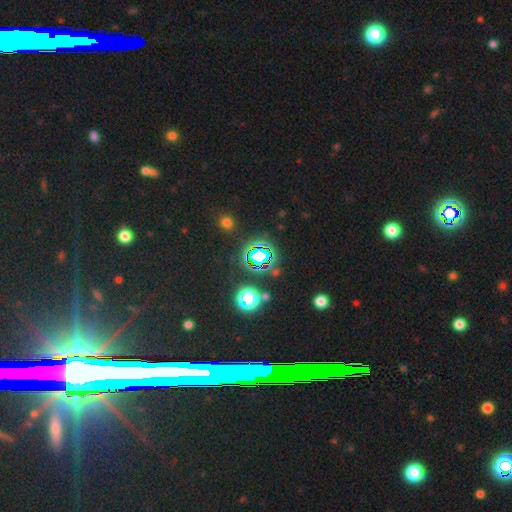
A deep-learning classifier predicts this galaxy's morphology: The model was most divided on "smooth or featured": star or artifact: 77%, smooth: 12%, featured or disk: 11%.